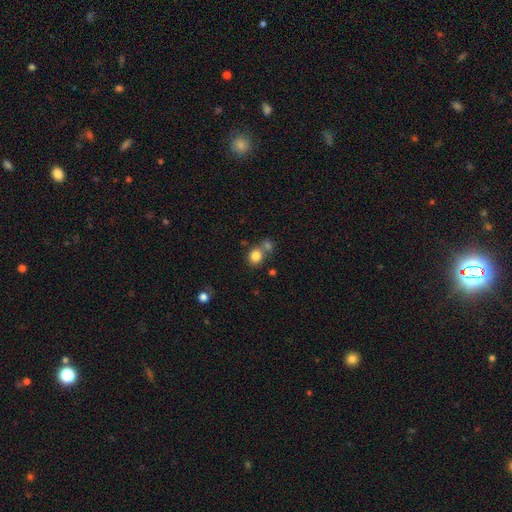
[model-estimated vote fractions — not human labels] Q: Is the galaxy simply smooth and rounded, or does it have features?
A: smooth — 82%.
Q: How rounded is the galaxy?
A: round — 80%.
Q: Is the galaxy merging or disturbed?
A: none — 54%.